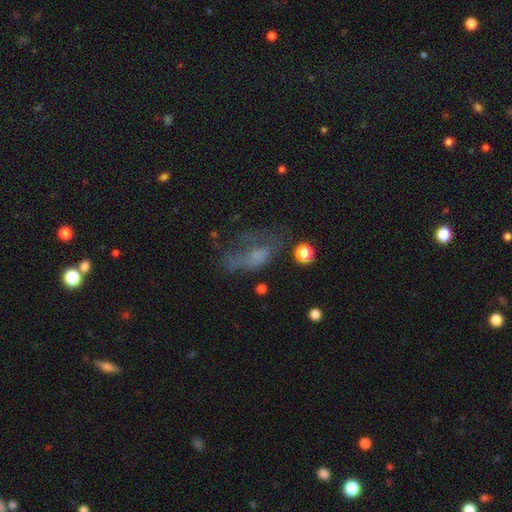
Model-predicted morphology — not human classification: Smooth or featured: smooth — 44% (featured or disk — 37%)
Merging: major disturbance — 42% (none — 31%)